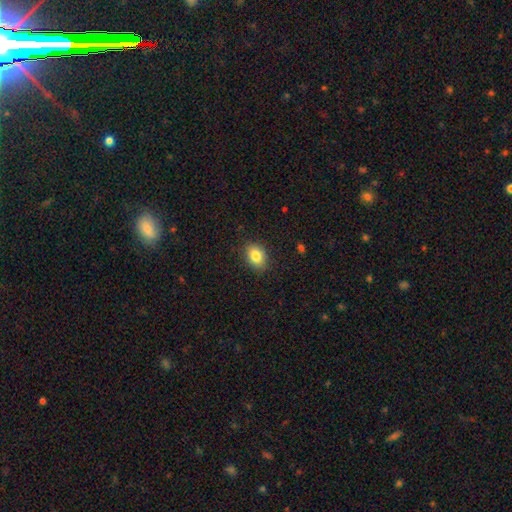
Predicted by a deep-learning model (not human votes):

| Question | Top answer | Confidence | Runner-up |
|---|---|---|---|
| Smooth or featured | smooth | 84% | star or artifact (9%) |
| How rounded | in between | 72% | round (27%) |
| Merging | none | 87% | minor disturbance (10%) |